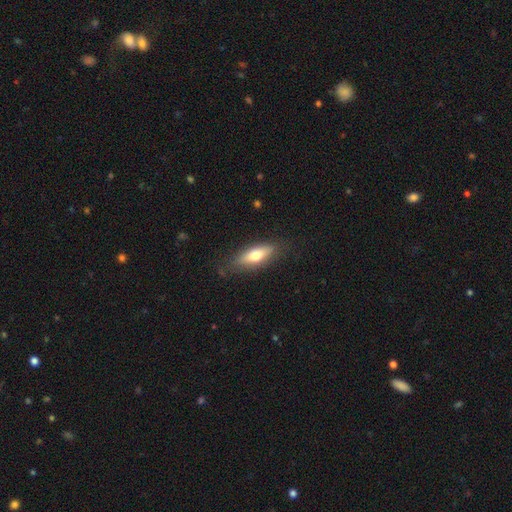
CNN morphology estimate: smooth 65%, featured or disk 29%, star or artifact 6%. Down the decision tree: how rounded — in between (56%); merging — none (81%).